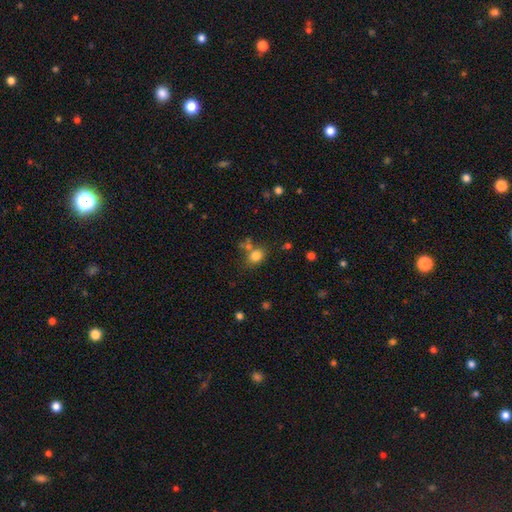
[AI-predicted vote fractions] Q: Smooth or featured?
A: smooth (79%); runner-up: star or artifact (13%)
Q: How rounded?
A: round (53%); runner-up: in between (46%)
Q: Merging?
A: none (65%); runner-up: merger (15%)